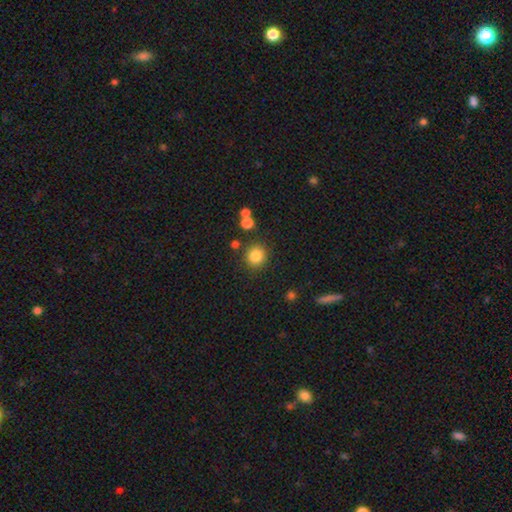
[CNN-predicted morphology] A smooth galaxy with no disk features (84%) that is round (90%). Merging: none (85%).